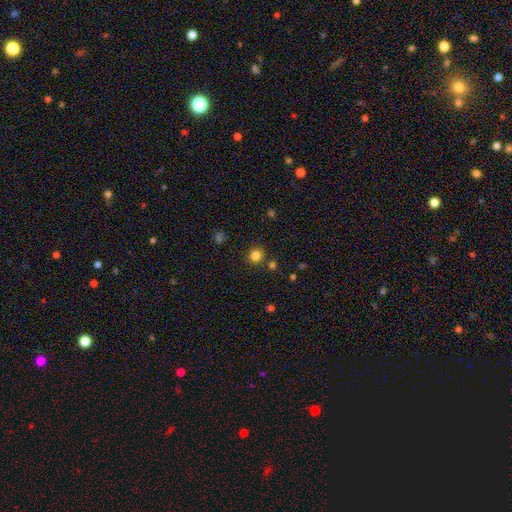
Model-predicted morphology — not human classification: A smooth galaxy with no disk features (82%) that is round (91%).

Vote fractions:
- Smooth or featured? smooth: 82% / star or artifact: 14% / featured or disk: 4%
- How rounded? round: 91% / in between: 8% / cigar-shaped: 1%
- Merging? none: 85% / minor disturbance: 7% / merger: 5% / major disturbance: 2%